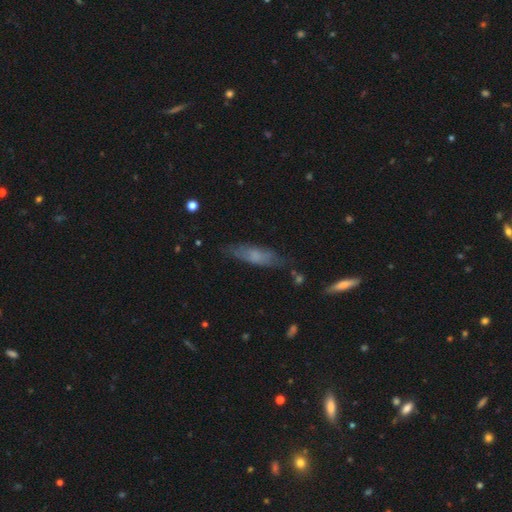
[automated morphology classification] Smooth or featured? Predicted: smooth (p=0.61). How rounded? Predicted: cigar-shaped (p=0.60). Merging? Predicted: none (p=0.70).